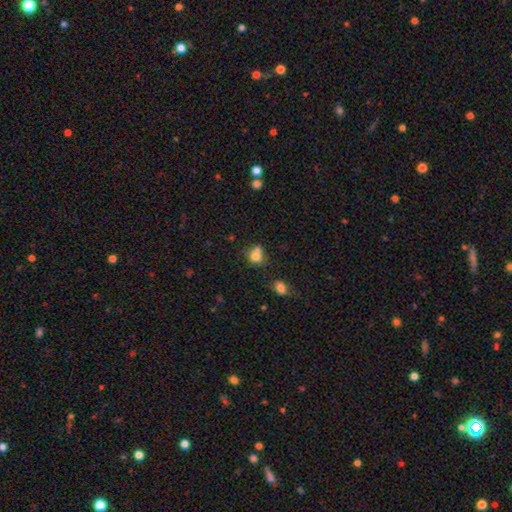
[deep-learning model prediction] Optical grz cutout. It shows a smooth galaxy with no disk features (74%) that is round (57%). Merging: merger (44%).